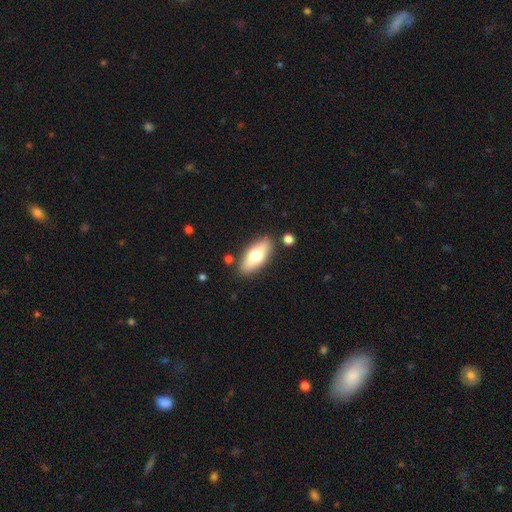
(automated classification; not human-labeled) This appears to be a smooth galaxy with no disk features (62%) that is in between round and cigar-shaped (79%). Merging: none (85%).